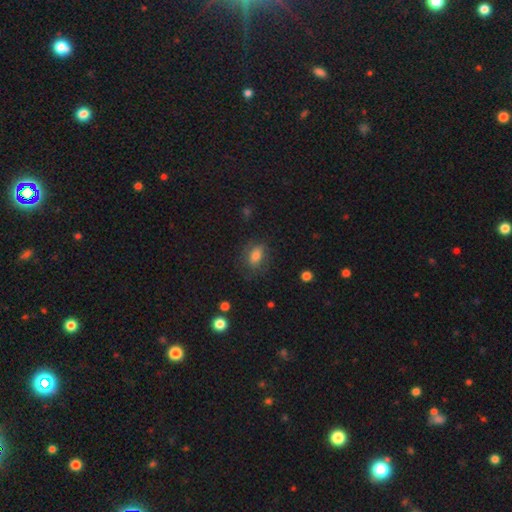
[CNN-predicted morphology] This appears to be a smooth galaxy with no disk features (66%) that is in between round and cigar-shaped (80%). Merging: none (67%).